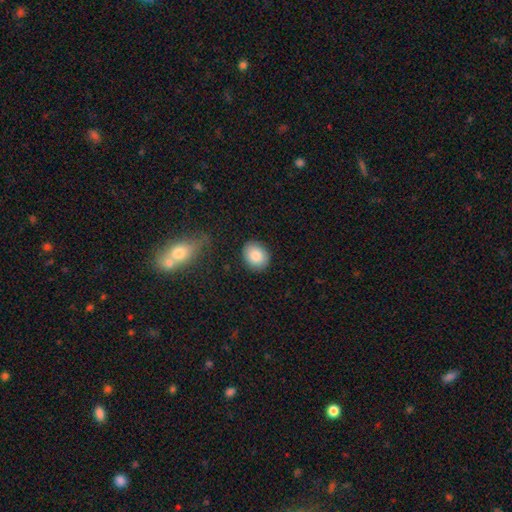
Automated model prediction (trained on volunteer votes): Overall: smooth (86%). How rounded: round (56%; in between 43%). Merging: none (85%).